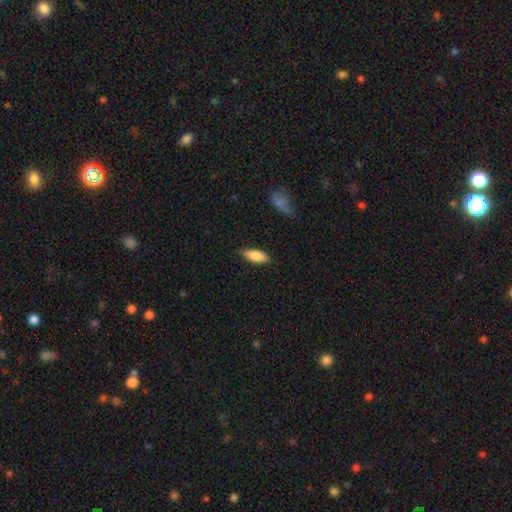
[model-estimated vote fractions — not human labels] Smooth or featured: smooth — 84% (featured or disk — 10%)
How rounded: in between — 65% (cigar-shaped — 34%)
Merging: none — 85% (minor disturbance — 11%)